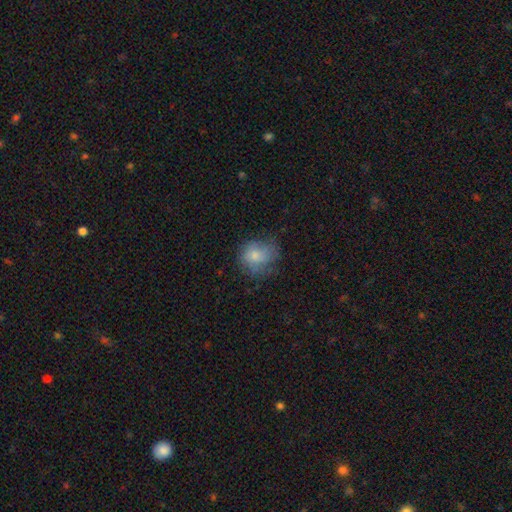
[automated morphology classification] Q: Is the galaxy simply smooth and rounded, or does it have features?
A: smooth — 71%.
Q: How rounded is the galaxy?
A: round — 70%.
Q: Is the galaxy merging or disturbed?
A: none — 54%.